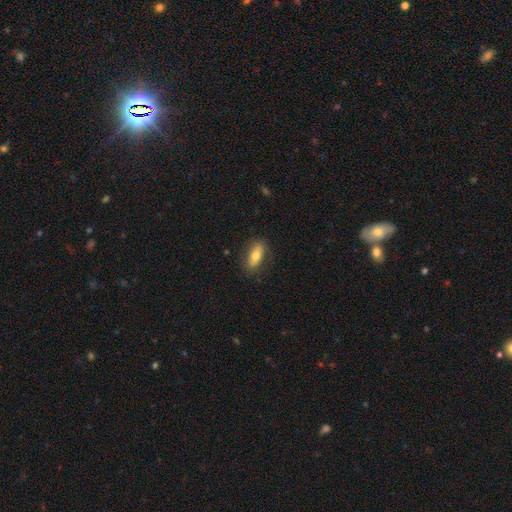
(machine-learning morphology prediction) This appears to be a smooth galaxy with no disk features (71%) that is in between round and cigar-shaped (75%). Merging: none (82%).